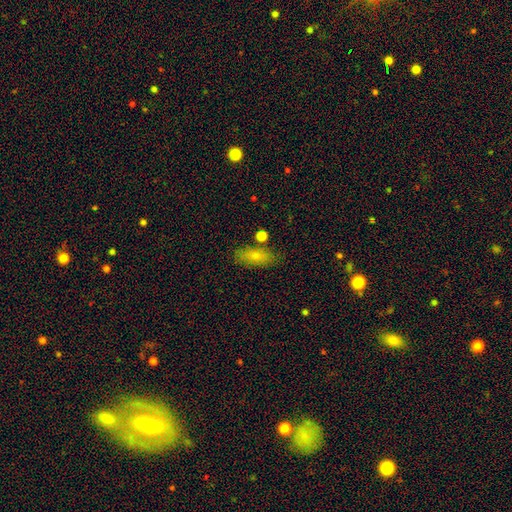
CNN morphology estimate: type=smooth (70%); roundness=in between (70%); merging=none (81%).